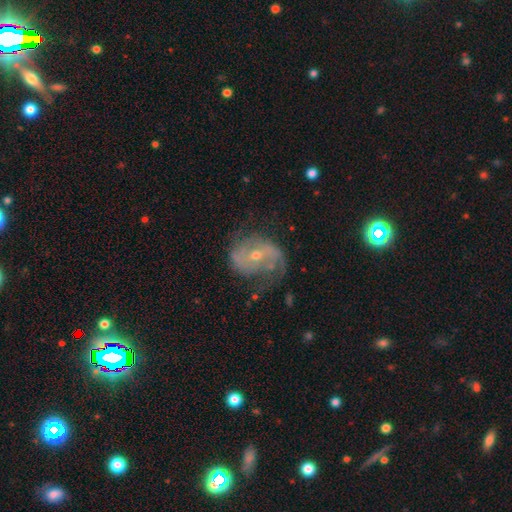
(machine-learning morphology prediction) Smooth or featured? featured or disk (79%)
Edge-on disk? no (97%)
Bar? no (48%)
Spiral arms? yes (90%)
Spiral winding? medium (43%)
Spiral arm count? 2 (67%)
Bulge size? small (59%)
Merging? none (57%)